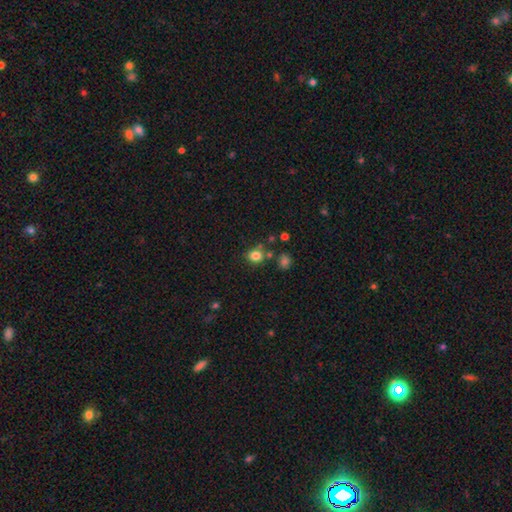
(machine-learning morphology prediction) A smooth galaxy with no disk features (81%) that is round (74%). Merging: none (71%).